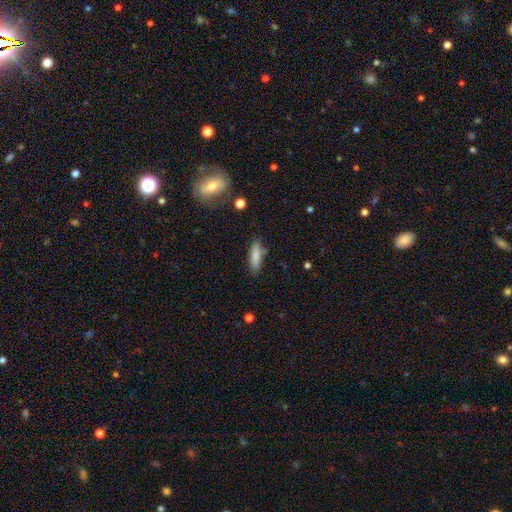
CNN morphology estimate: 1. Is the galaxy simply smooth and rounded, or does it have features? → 82% smooth, 11% featured or disk, 7% star or artifact.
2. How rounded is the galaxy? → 59% cigar-shaped, 39% in between, 2% round.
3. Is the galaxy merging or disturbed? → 76% none, 16% minor disturbance, 4% major disturbance, 4% merger.